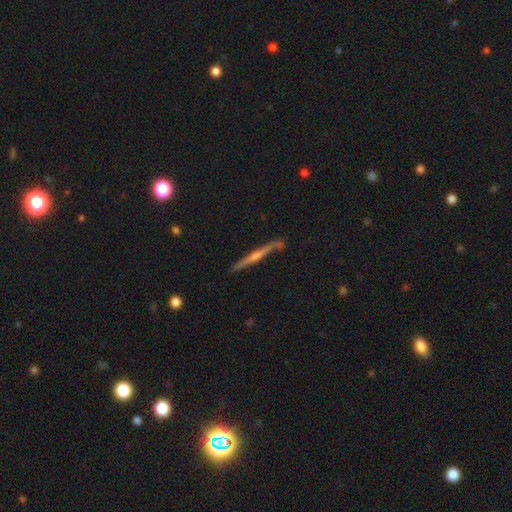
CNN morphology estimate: Overall: featured or disk (72%). Edge-on disk: yes (97%). Edge-on bulge: rounded (66%). Merging: none (81%).